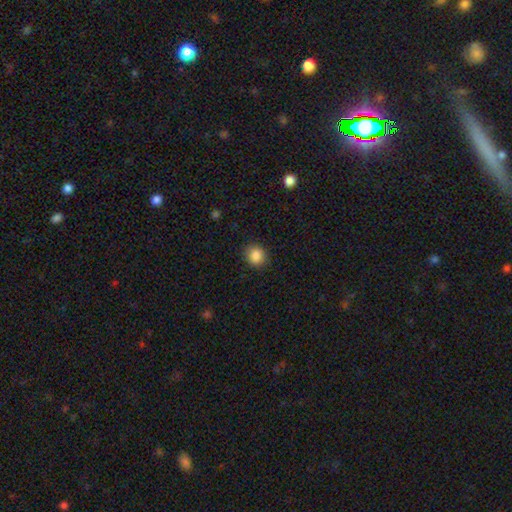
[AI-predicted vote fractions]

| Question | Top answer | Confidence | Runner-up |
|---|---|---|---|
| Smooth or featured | smooth | 86% | star or artifact (10%) |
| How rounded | round | 80% | in between (19%) |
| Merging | none | 90% | minor disturbance (7%) |